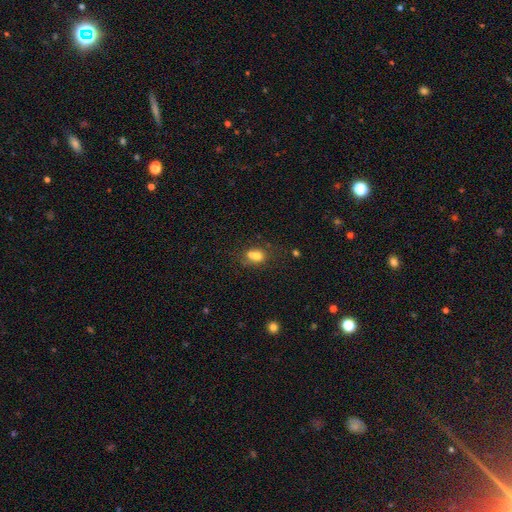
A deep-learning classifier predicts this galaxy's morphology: smooth-or-featured: smooth: 69% | featured or disk: 17% | star or artifact: 14%
  how-rounded: round: 57% | in between: 42% | cigar-shaped: 1%
  merging: merger: 50% | none: 34% | minor disturbance: 11% | major disturbance: 5%